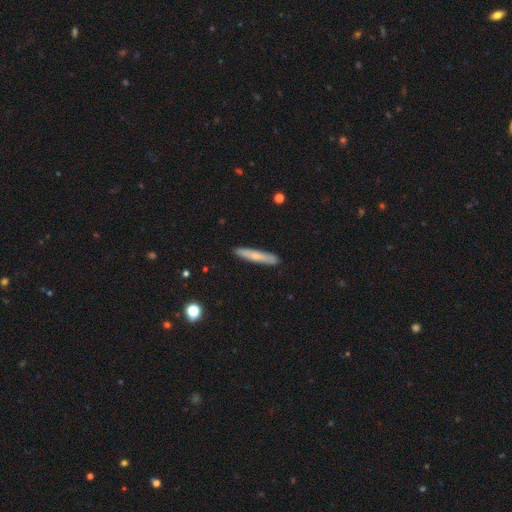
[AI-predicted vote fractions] This is likely a smooth galaxy (66%). How rounded: clearly cigar-shaped (92%). Merging: clearly none (89%).